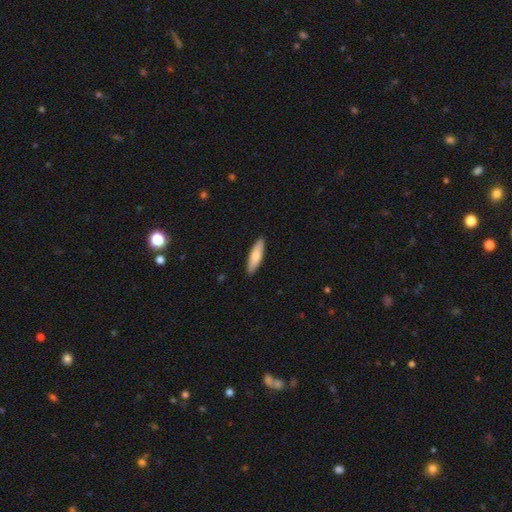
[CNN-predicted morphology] Smooth or featured? smooth (75%)
How rounded? cigar-shaped (62%)
Merging? none (90%)